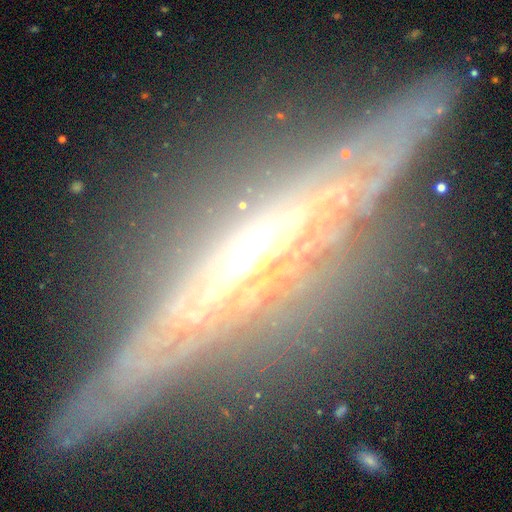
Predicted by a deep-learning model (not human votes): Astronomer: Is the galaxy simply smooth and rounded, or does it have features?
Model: featured or disk — 88%.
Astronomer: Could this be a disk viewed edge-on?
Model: yes — 94%.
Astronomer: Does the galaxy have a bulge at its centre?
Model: rounded — 70%.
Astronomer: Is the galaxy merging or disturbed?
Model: none — 80%.